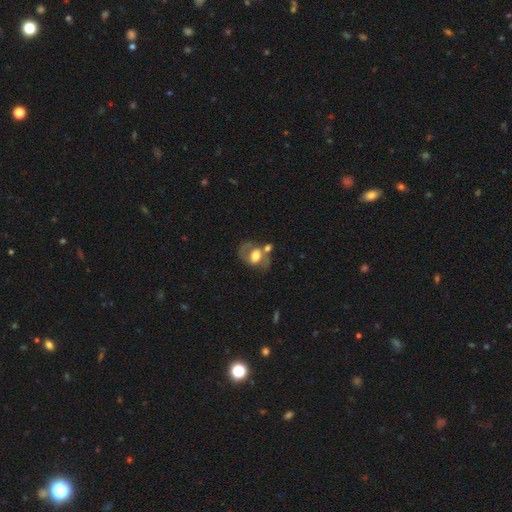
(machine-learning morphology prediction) Q: Smooth or featured?
A: featured or disk (56%); runner-up: smooth (36%)
Q: Edge-on disk?
A: no (95%); runner-up: yes (5%)
Q: Bar?
A: no (52%); runner-up: weak (34%)
Q: Spiral arms?
A: yes (63%); runner-up: no (37%)
Q: Bulge size?
A: moderate (52%); runner-up: large (35%)
Q: Merging?
A: none (48%); runner-up: merger (20%)